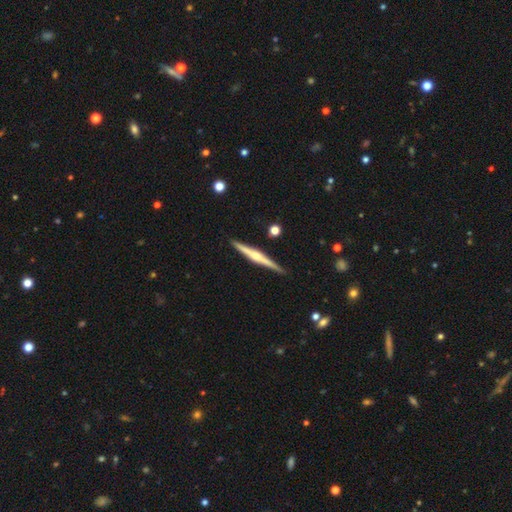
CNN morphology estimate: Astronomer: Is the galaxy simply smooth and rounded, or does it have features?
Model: featured or disk — 80%.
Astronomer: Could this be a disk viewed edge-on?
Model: yes — 98%.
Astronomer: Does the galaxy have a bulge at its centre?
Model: rounded — 87%.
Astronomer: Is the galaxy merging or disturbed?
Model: none — 90%.